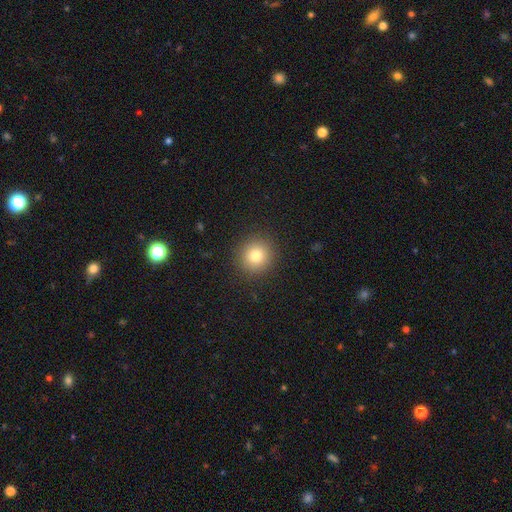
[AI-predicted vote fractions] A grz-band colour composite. It shows a smooth galaxy with no disk features (81%) that is round (92%). Merging: none (91%).